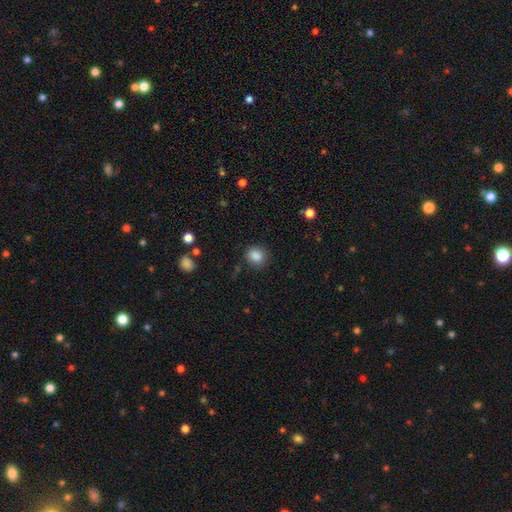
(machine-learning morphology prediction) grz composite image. It shows a smooth galaxy with no disk features (86%) that is round (75%). Merging: none (84%).